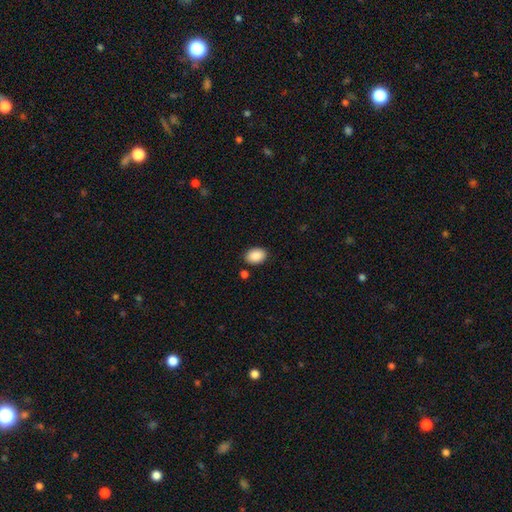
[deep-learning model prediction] Smooth or featured: smooth — 90% (star or artifact — 7%)
How rounded: in between — 79% (round — 20%)
Merging: none — 86% (minor disturbance — 9%)